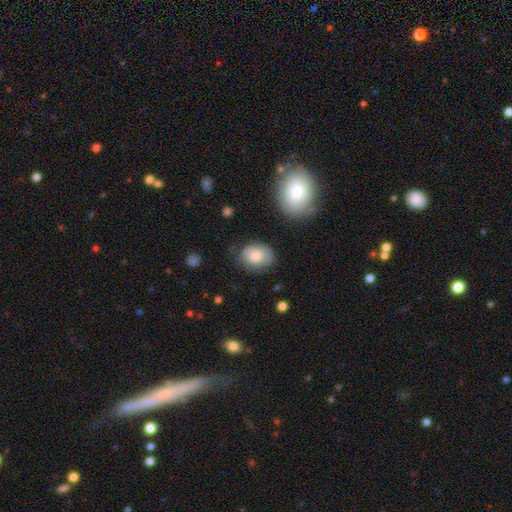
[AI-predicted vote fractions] Smooth or featured? smooth (74%)
How rounded? in between (68%)
Merging? none (67%)